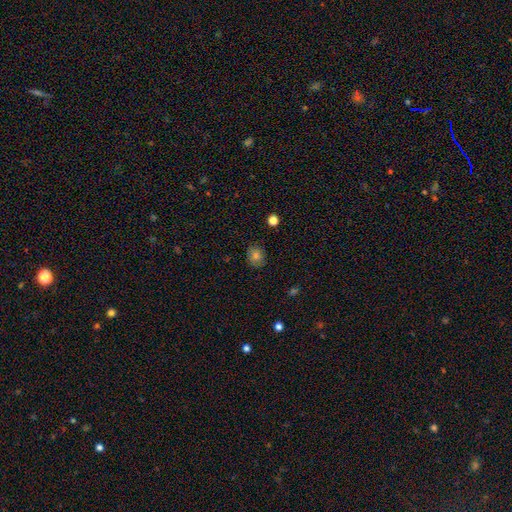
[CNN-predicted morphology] smooth-or-featured: smooth: 75% | star or artifact: 13% | featured or disk: 11%
  how-rounded: round: 62% | in between: 37% | cigar-shaped: 1%
  merging: none: 82% | minor disturbance: 14% | major disturbance: 3% | merger: 1%